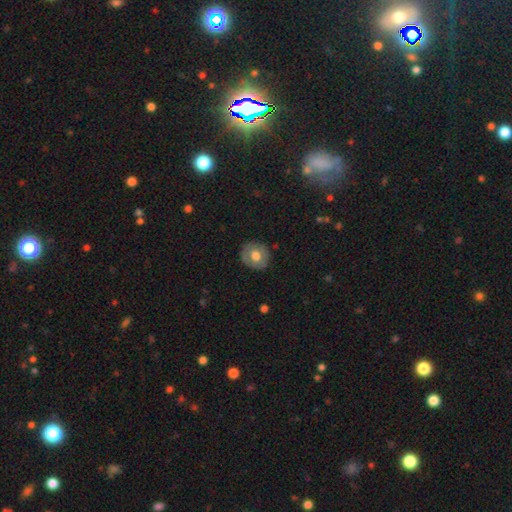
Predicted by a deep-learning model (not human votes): smooth 62%, featured or disk 31%, star or artifact 7%. Down the decision tree: how rounded — round (78%); merging — none (85%).